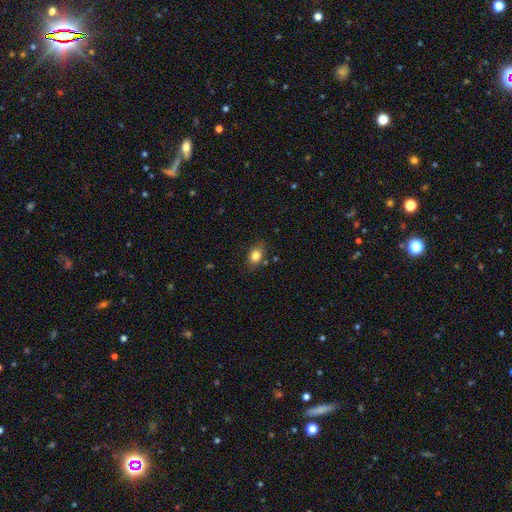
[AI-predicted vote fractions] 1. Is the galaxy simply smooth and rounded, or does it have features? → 83% smooth, 10% star or artifact, 8% featured or disk.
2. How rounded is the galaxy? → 70% in between, 28% round, 2% cigar-shaped.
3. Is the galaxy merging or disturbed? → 79% none, 15% minor disturbance, 3% major disturbance, 3% merger.